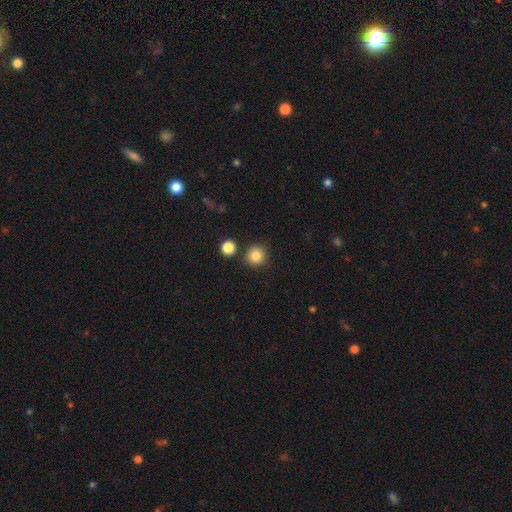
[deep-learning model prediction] This is clearly a smooth galaxy (85%). How rounded: clearly round (93%). Merging: clearly none (85%).